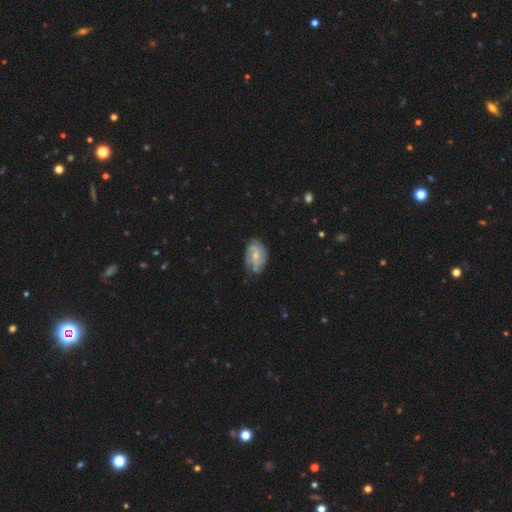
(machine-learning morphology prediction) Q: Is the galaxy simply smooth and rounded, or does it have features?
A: featured or disk — 74%.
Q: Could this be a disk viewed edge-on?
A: no — 97%.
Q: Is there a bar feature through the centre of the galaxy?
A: no — 49%.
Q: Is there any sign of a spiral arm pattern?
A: yes — 91%.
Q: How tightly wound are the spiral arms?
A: medium — 42%.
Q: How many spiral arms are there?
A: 2 — 41%.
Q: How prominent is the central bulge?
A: small — 56%.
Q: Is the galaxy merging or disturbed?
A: none — 65%.